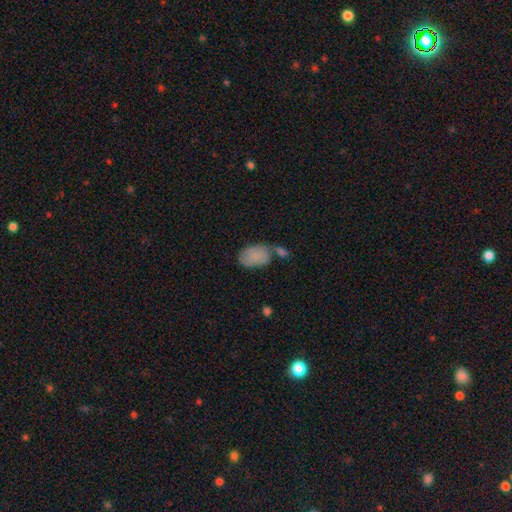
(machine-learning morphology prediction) Q: Smooth or featured?
A: smooth (83%); runner-up: featured or disk (10%)
Q: How rounded?
A: in between (91%); runner-up: round (7%)
Q: Merging?
A: none (43%); runner-up: merger (28%)